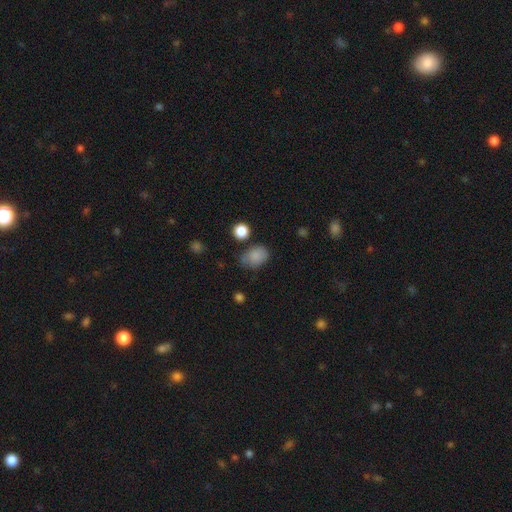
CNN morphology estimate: This appears to be a smooth galaxy with no disk features (84%) that is in between round and cigar-shaped (72%). Merging: none (64%).